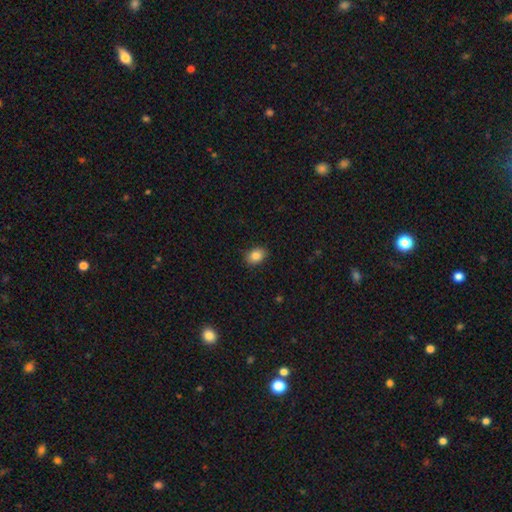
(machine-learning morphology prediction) Smooth or featured: smooth — 85% (star or artifact — 9%)
How rounded: in between — 71% (round — 28%)
Merging: none — 86% (minor disturbance — 11%)